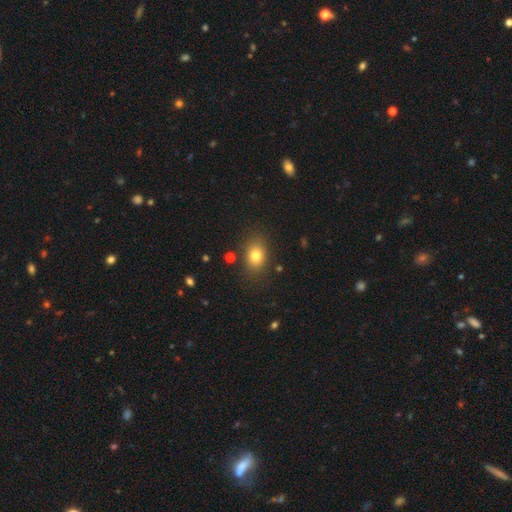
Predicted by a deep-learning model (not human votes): This is likely a smooth galaxy (79%). How rounded: likely in between (66%). Merging: clearly none (83%).